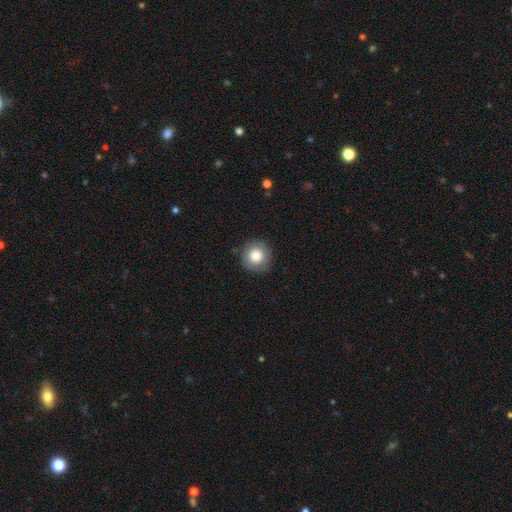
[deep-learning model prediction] This is clearly a smooth galaxy (81%). How rounded: clearly round (94%). Merging: clearly none (88%).